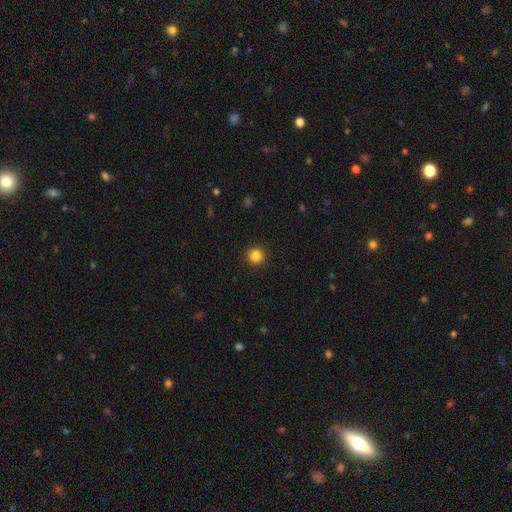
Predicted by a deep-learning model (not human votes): Overall: smooth (85%). How rounded: round (95%). Merging: none (93%).